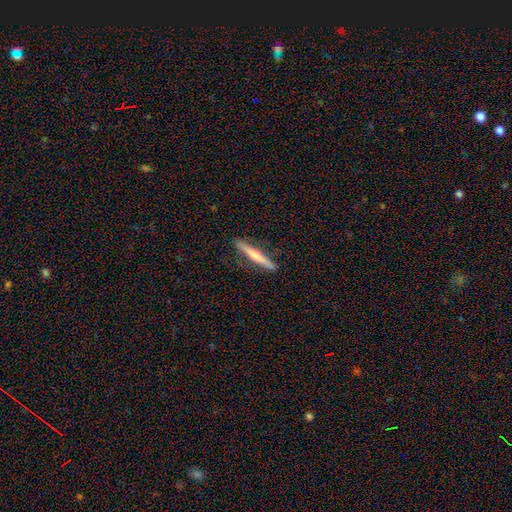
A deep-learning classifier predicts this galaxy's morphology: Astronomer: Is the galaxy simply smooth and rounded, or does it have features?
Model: smooth — 48% (runner-up: featured or disk, 47%).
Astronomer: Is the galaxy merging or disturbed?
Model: none — 89%.